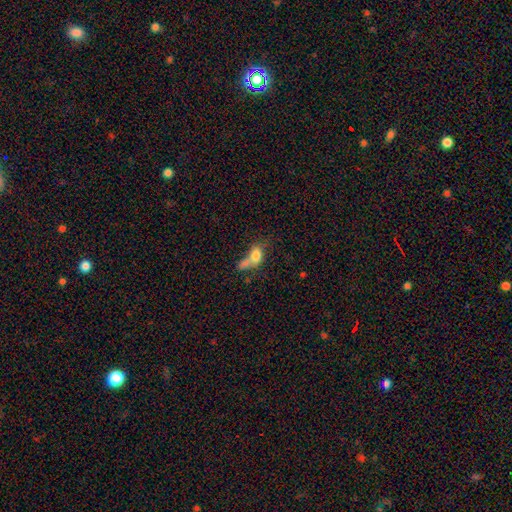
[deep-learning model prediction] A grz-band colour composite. It shows a smooth galaxy with no disk features (72%) that is in between round and cigar-shaped (68%). Merging: merger (51%).